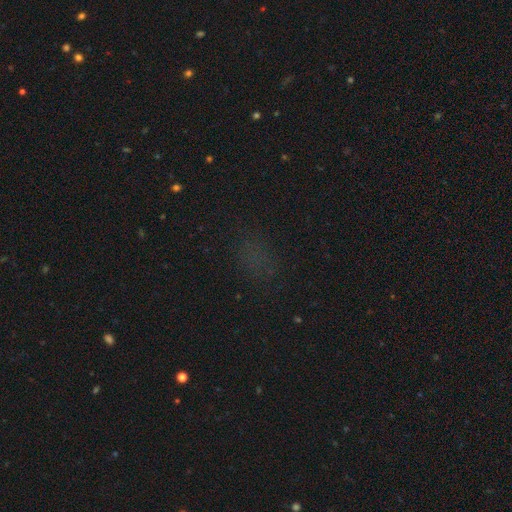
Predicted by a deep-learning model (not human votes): Smooth or featured: star or artifact — 45% (smooth — 44%)